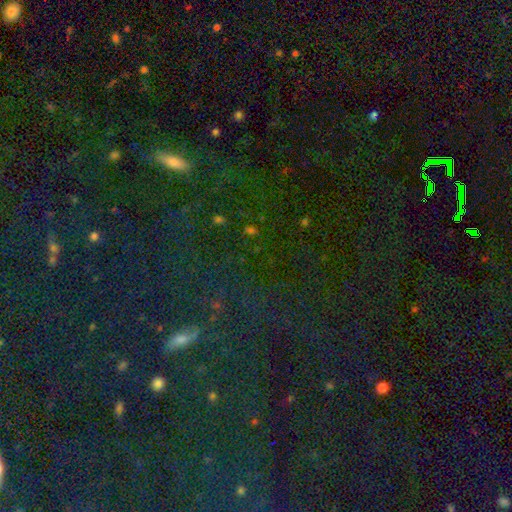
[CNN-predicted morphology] smooth-or-featured: star or artifact: 66% | smooth: 23% | featured or disk: 11%